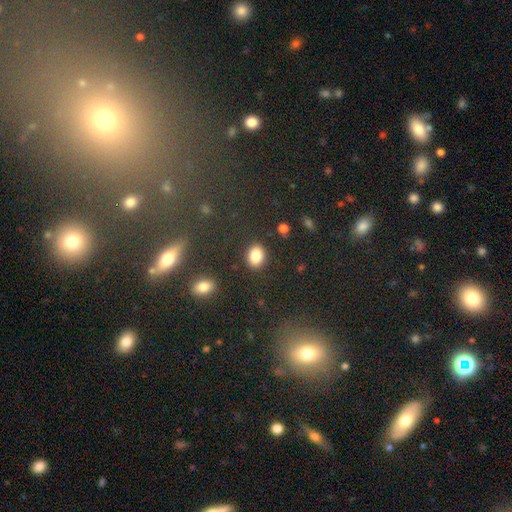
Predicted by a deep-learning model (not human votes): The model was most divided on "how rounded": in between: 61%, round: 38%, cigar-shaped: 1%. More confident: merging — none (85%); smooth or featured — smooth (84%).